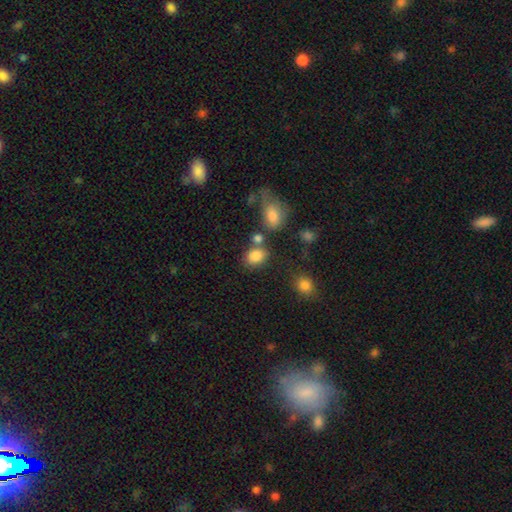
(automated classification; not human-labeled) This appears to be a smooth galaxy with no disk features (84%) that is in between round and cigar-shaped (60%). Merging: none (62%).